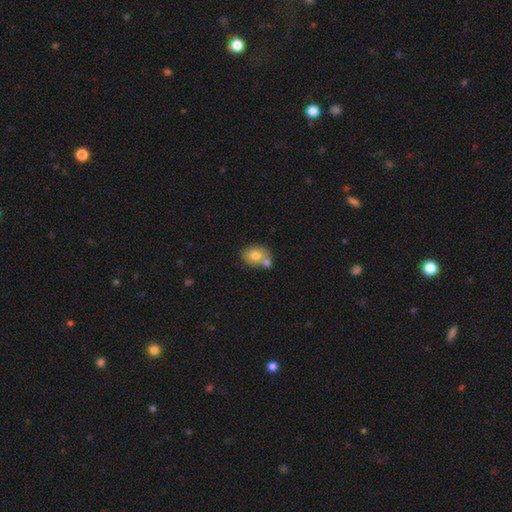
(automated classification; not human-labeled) smooth 73%, featured or disk 18%, star or artifact 8%. Down the decision tree: how rounded — round (50%); merging — merger (44%).